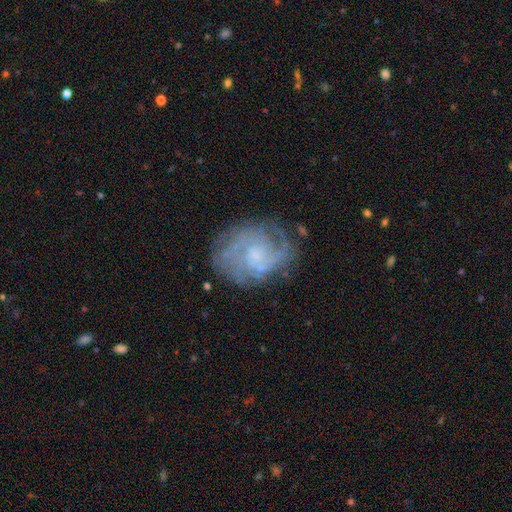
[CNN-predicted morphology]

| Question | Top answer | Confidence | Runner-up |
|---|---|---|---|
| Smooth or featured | featured or disk | 77% | smooth (15%) |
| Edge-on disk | no | 98% | yes (2%) |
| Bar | no | 72% | weak (25%) |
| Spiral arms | yes | 85% | no (15%) |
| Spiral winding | tight | 46% | medium (37%) |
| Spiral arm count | can't tell | 40% | 2 (27%) |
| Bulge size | small | 47% | none (24%) |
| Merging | none | 66% | minor disturbance (19%) |